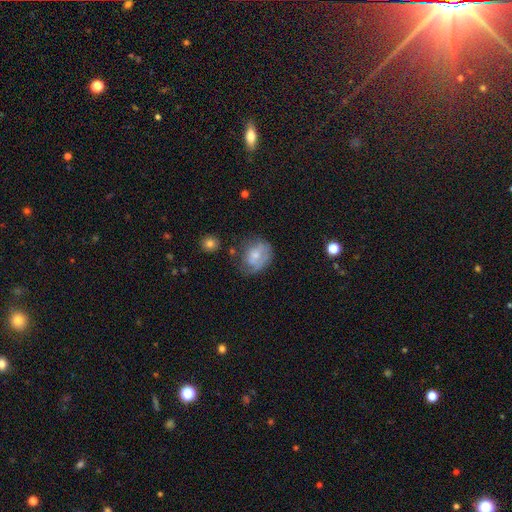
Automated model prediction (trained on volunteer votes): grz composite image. It shows a smooth galaxy with no disk features (53%) that is round (51%). Merging: none (41%).